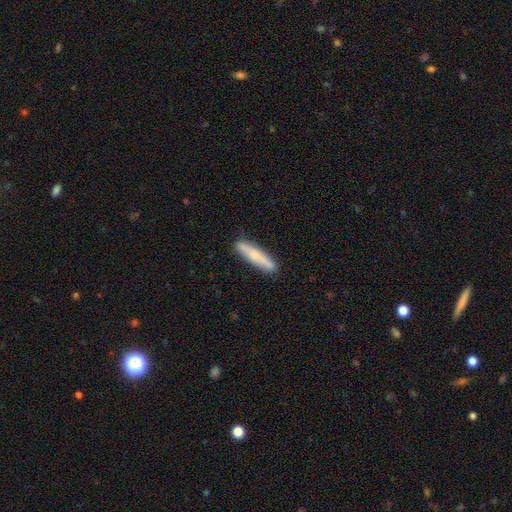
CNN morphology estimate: The model was most divided on "smooth or featured": smooth: 70%, featured or disk: 24%, star or artifact: 6%. More confident: how rounded — cigar-shaped (90%); merging — none (87%).